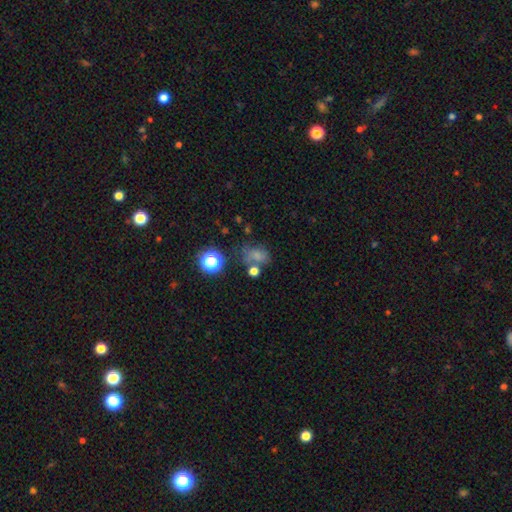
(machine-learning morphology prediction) Smooth or featured? smooth (65%)
How rounded? in between (59%)
Merging? none (43%)